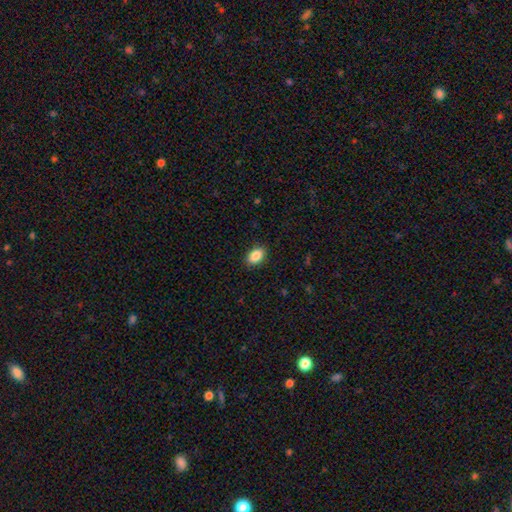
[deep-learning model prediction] Smooth or featured: smooth — 87% (star or artifact — 8%)
How rounded: in between — 89% (round — 9%)
Merging: none — 89% (minor disturbance — 8%)